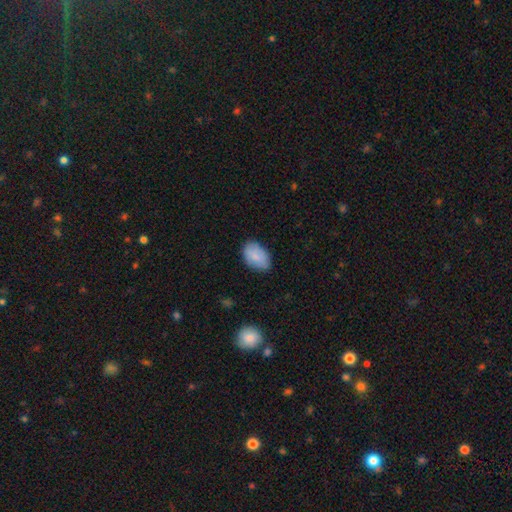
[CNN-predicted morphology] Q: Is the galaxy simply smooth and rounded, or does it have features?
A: smooth — 83%.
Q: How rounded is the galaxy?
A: in between — 89%.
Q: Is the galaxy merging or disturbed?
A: none — 77%.